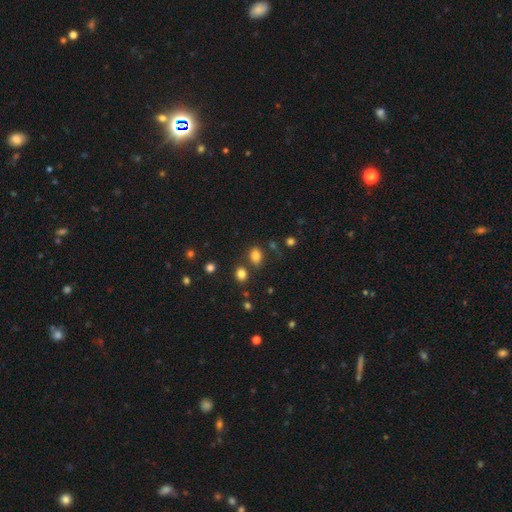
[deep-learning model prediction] Smooth or featured? smooth (81%)
How rounded? in between (63%)
Merging? none (71%)